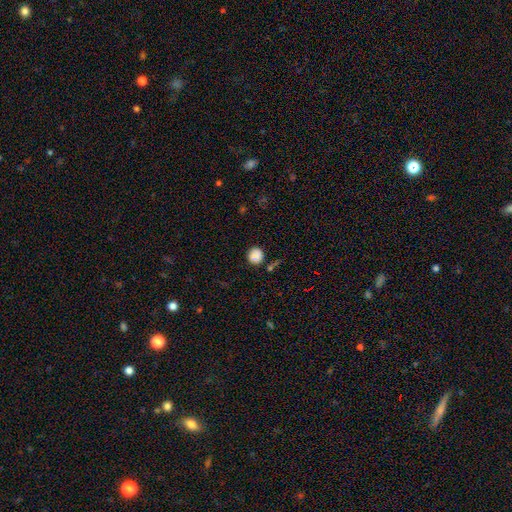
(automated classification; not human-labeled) A smooth galaxy with no disk features (86%) that is round (90%).

Vote fractions:
- Smooth or featured? smooth: 86% / star or artifact: 10% / featured or disk: 4%
- How rounded? round: 90% / in between: 9% / cigar-shaped: 1%
- Merging? none: 78% / minor disturbance: 14% / merger: 4% / major disturbance: 4%